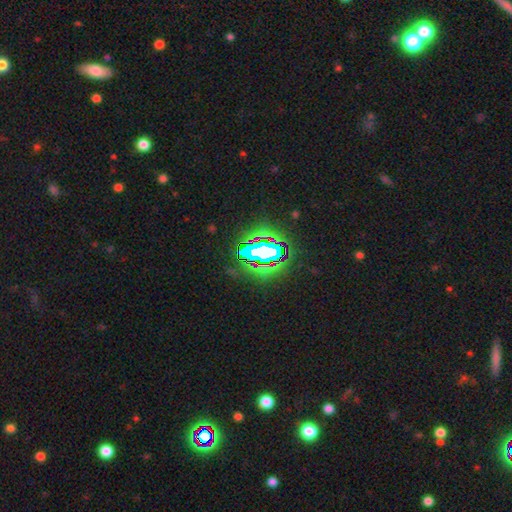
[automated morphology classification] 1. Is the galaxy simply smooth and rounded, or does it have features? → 78% star or artifact, 12% smooth, 10% featured or disk.